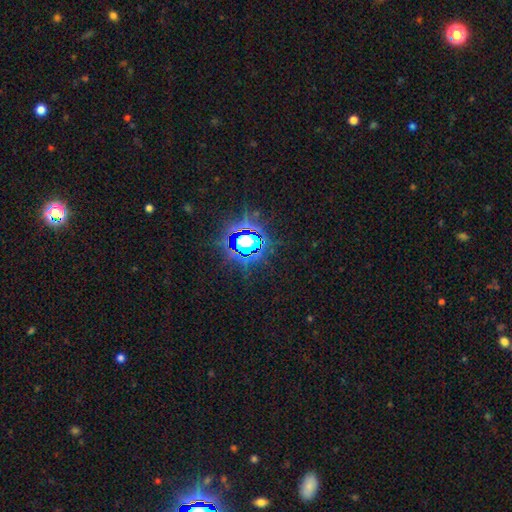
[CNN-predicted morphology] This is clearly a star or artifact rather than a galaxy (84%).